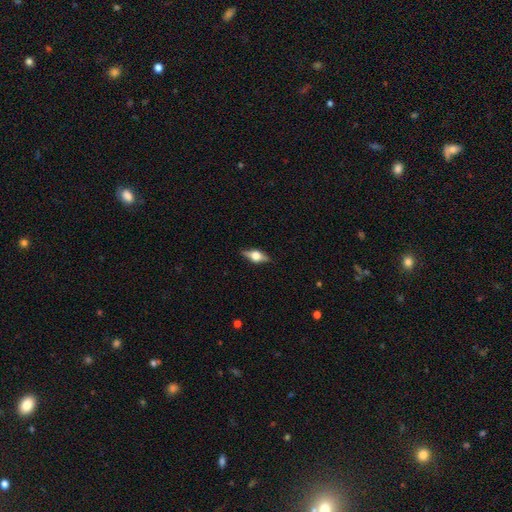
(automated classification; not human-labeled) Morphology: type=featured or disk (71%); edge-on=yes (96%); edge-on bulge=rounded (94%); merging=none (87%).